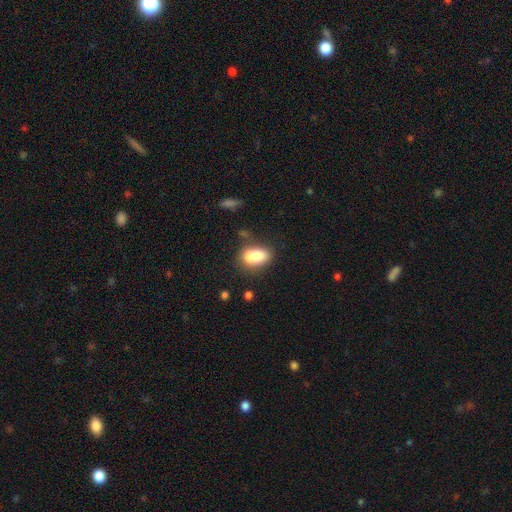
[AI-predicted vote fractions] This appears to be a smooth galaxy with no disk features (82%) that is in between round and cigar-shaped (89%). Merging: none (68%).